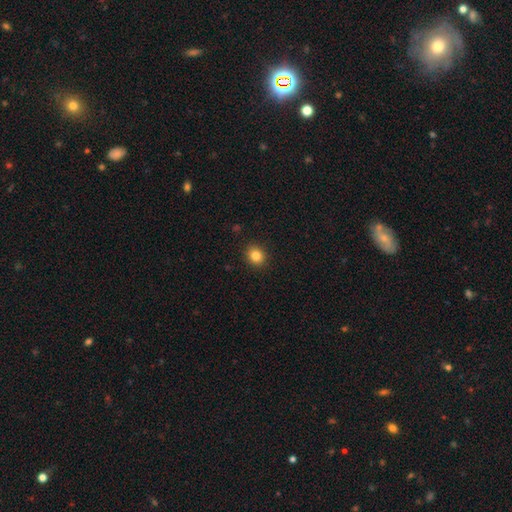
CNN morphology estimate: Smooth or featured? Predicted: smooth (p=0.84). How rounded? Predicted: round (p=0.74). Merging? Predicted: none (p=0.91).